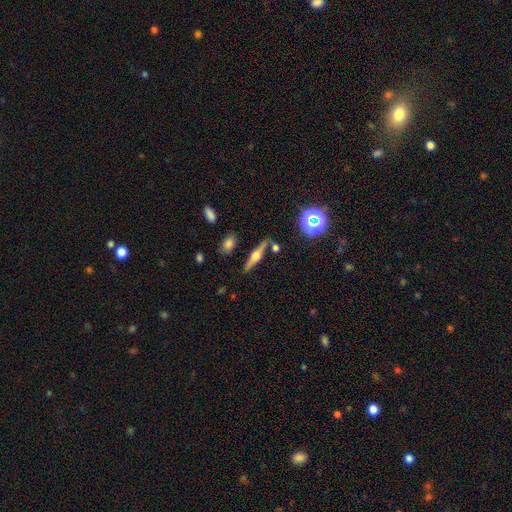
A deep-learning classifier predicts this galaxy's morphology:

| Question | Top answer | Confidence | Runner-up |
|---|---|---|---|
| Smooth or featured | featured or disk | 67% | smooth (24%) |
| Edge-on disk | yes | 96% | no (4%) |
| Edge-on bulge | rounded | 91% | boxy (7%) |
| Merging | none | 81% | minor disturbance (10%) |